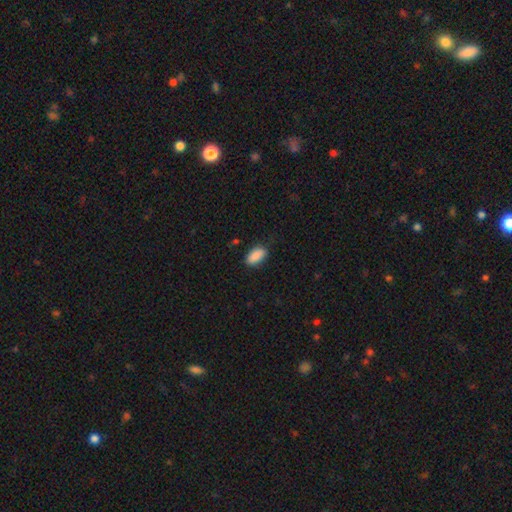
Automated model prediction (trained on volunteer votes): A smooth galaxy with no disk features (90%) that is in between round and cigar-shaped (92%).

Vote fractions:
- Smooth or featured? smooth: 90% / star or artifact: 7% / featured or disk: 3%
- How rounded? in between: 92% / cigar-shaped: 5% / round: 3%
- Merging? none: 83% / minor disturbance: 13% / major disturbance: 3% / merger: 1%